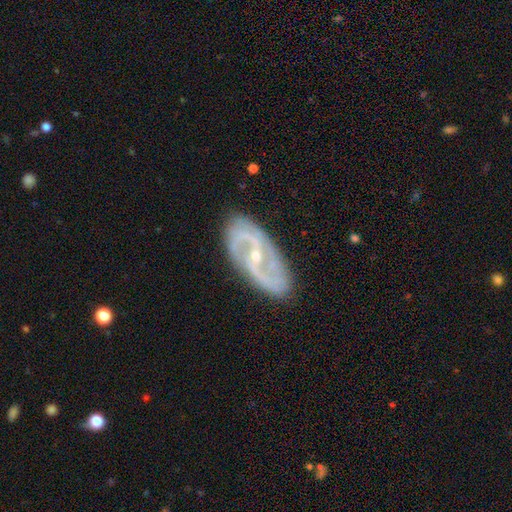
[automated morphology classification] This appears to be a featured or disk galaxy (88%) with a weak bar (39%), 2 (86%) medium (47%) spiral arms (95%) and a small central bulge (73%). Merging: none (81%).